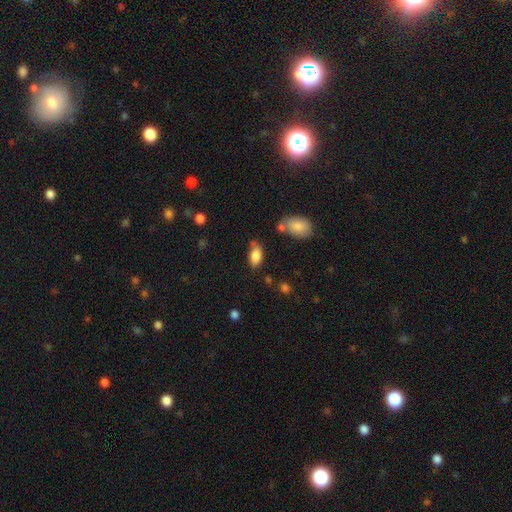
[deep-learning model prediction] Morphology: type=smooth (84%); roundness=in between (92%); merging=none (62%).